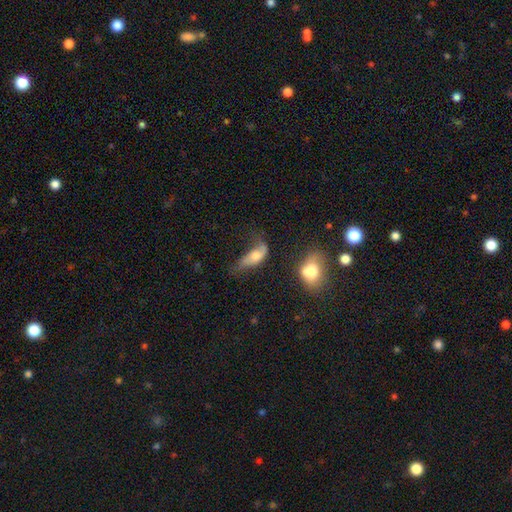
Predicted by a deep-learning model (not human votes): A smooth galaxy with no disk features (55%) that is in between round and cigar-shaped (75%). Merging: major disturbance (37%).